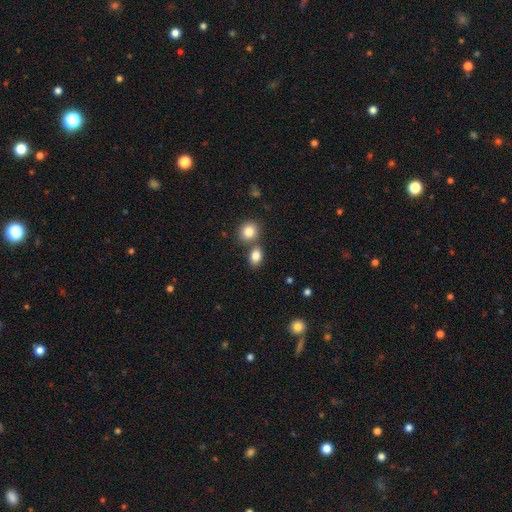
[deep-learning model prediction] A smooth galaxy with no disk features (84%) that is in between round and cigar-shaped (68%).

Vote fractions:
- Smooth or featured? smooth: 84% / star or artifact: 9% / featured or disk: 7%
- How rounded? in between: 68% / round: 31% / cigar-shaped: 2%
- Merging? none: 57% / merger: 30% / minor disturbance: 10% / major disturbance: 3%